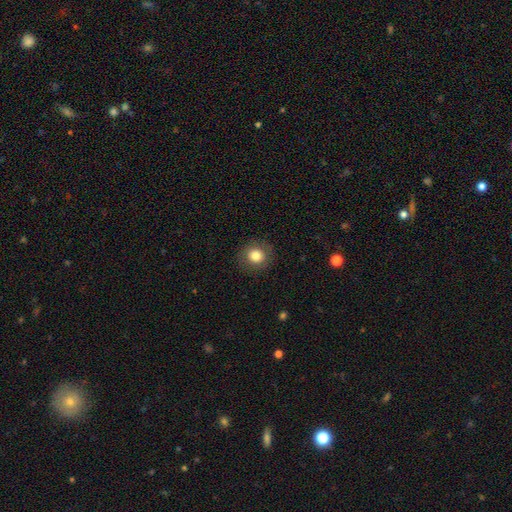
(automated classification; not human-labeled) Smooth or featured: smooth — 81% (star or artifact — 10%)
How rounded: round — 88% (in between — 11%)
Merging: none — 89% (minor disturbance — 8%)